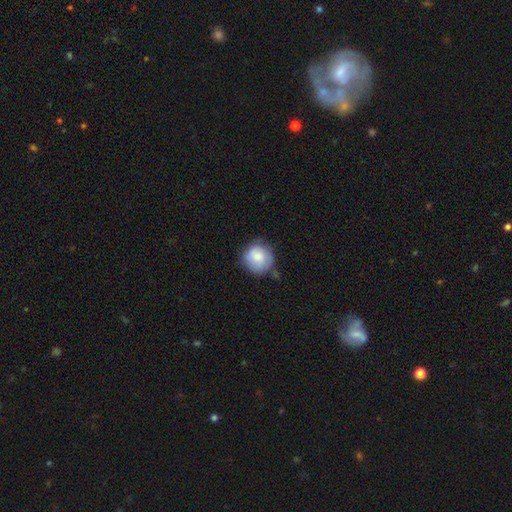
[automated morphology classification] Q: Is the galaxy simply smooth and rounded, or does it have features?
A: smooth — 79%.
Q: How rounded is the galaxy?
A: round — 90%.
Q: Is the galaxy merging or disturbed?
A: none — 64%.